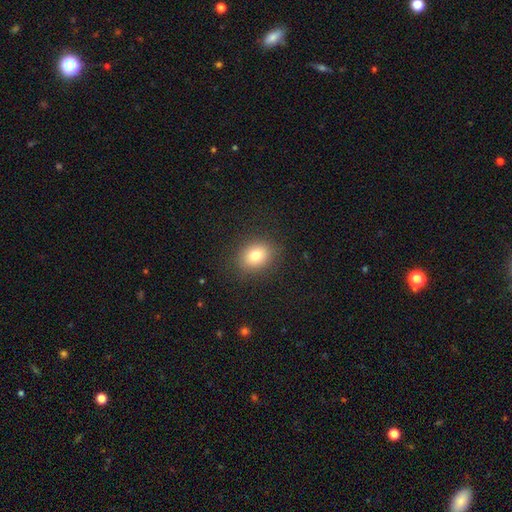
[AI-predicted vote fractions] A smooth galaxy with no disk features (78%) that is in between round and cigar-shaped (55%). Merging: none (86%).